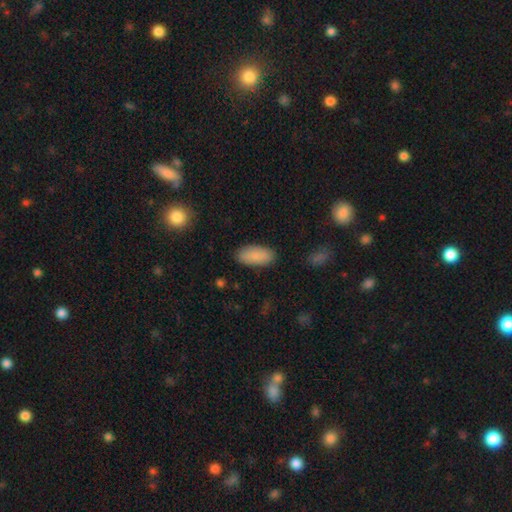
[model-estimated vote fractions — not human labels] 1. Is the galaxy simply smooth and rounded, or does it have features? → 88% smooth, 6% star or artifact, 6% featured or disk.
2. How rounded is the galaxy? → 88% in between, 10% cigar-shaped, 2% round.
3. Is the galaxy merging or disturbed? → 87% none, 10% minor disturbance, 2% major disturbance, 1% merger.